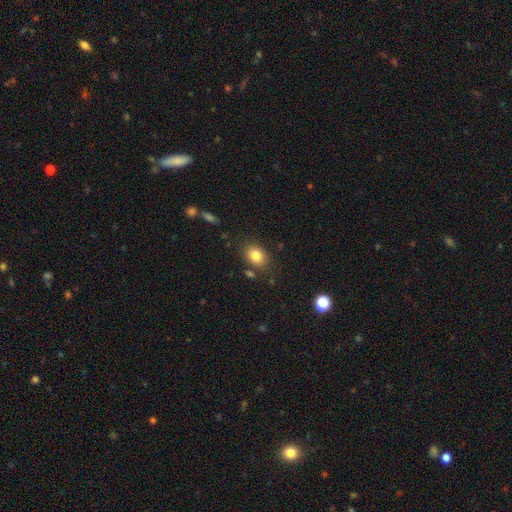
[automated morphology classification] This appears to be a smooth galaxy with no disk features (83%) that is in between round and cigar-shaped (70%). Merging: none (80%).